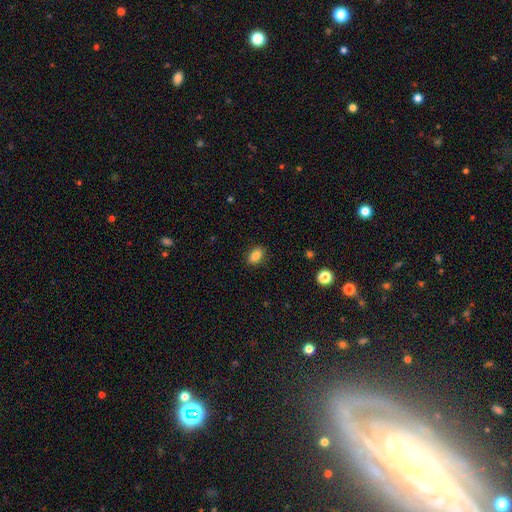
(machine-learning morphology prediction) Smooth or featured? Predicted: smooth (p=0.85). How rounded? Predicted: in between (p=0.80). Merging? Predicted: none (p=0.88).